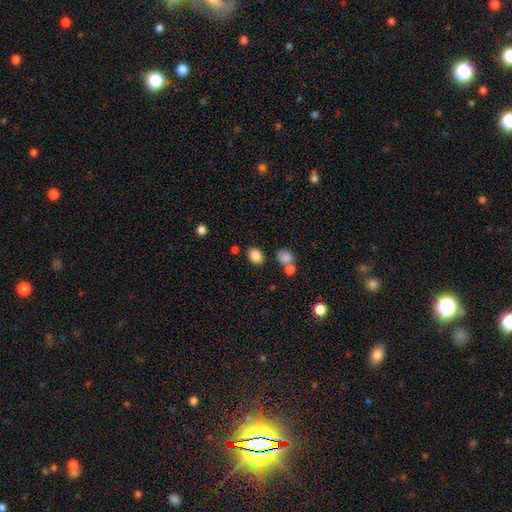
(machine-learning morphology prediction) Smooth or featured: smooth — 85% (star or artifact — 10%)
How rounded: in between — 68% (round — 31%)
Merging: none — 77% (minor disturbance — 11%)